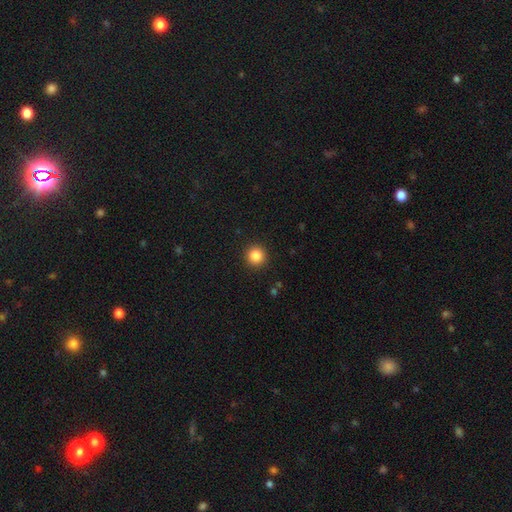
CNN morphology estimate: Smooth or featured?
  - smooth: 86% *
  - star or artifact: 10%
  - featured or disk: 4%
How rounded?
  - round: 95% *
  - in between: 4%
  - cigar-shaped: 1%
Merging?
  - none: 92% *
  - minor disturbance: 5%
  - major disturbance: 2%
  - merger: 1%